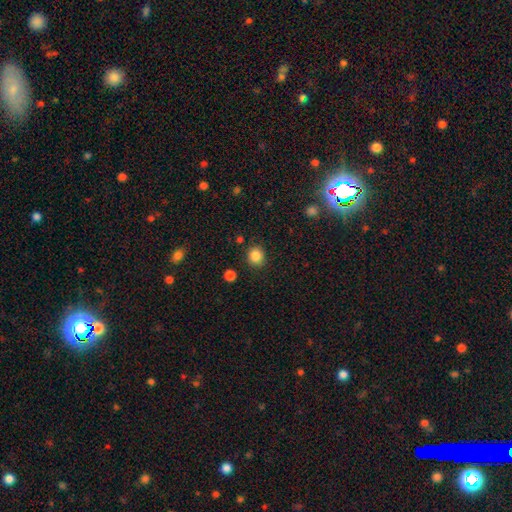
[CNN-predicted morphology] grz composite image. It shows a smooth galaxy with no disk features (85%) that is round (87%). Merging: none (87%).